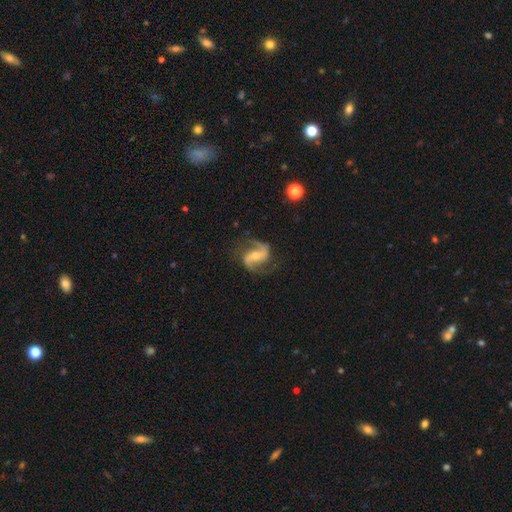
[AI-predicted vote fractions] Smooth or featured?
  - featured or disk: 90% *
  - smooth: 5%
  - star or artifact: 5%
Edge-on disk?
  - no: 98% *
  - yes: 2%
Bar?
  - weak: 43% *
  - strong: 30%
  - no: 27%
Spiral arms?
  - yes: 98% *
  - no: 2%
Spiral winding?
  - medium: 50% *
  - loose: 39%
  - tight: 12%
Spiral arm count?
  - 2: 93% *
  - can't tell: 2%
  - 1: 2%
  - 3: 1%
  - 4: 1%
  - more than 4: 1%
Bulge size?
  - moderate: 55% *
  - small: 36%
  - large: 4%
  - none: 3%
  - dominant: 1%
Merging?
  - none: 78% *
  - minor disturbance: 14%
  - major disturbance: 7%
  - merger: 1%